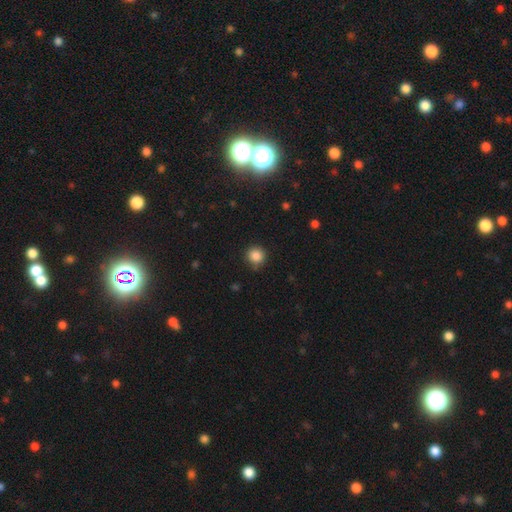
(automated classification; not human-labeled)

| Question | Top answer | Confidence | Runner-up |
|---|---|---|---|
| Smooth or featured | smooth | 86% | star or artifact (11%) |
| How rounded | round | 92% | in between (7%) |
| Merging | none | 84% | minor disturbance (12%) |